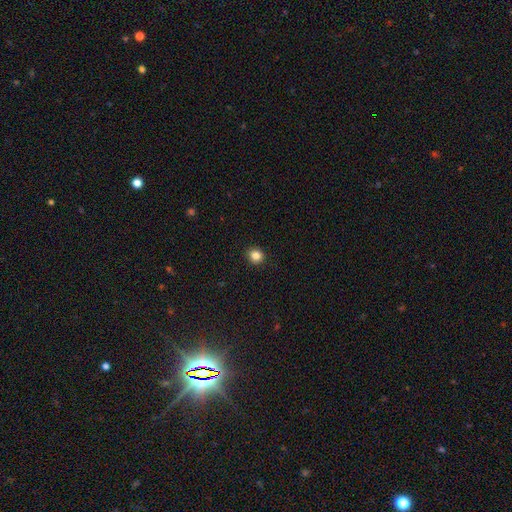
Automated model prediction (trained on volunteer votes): smooth_or_featured: smooth (p=0.85) [alt: star or artifact p=0.11]
how_rounded: round (p=0.86) [alt: in between p=0.13]
merging: none (p=0.92) [alt: minor disturbance p=0.05]